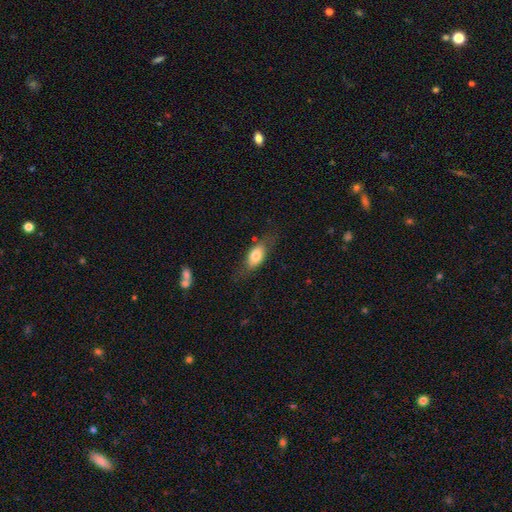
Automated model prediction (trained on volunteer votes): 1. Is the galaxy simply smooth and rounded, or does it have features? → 72% smooth, 21% featured or disk, 7% star or artifact.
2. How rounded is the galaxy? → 83% in between, 11% cigar-shaped, 6% round.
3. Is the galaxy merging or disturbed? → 68% none, 21% minor disturbance, 9% major disturbance, 2% merger.